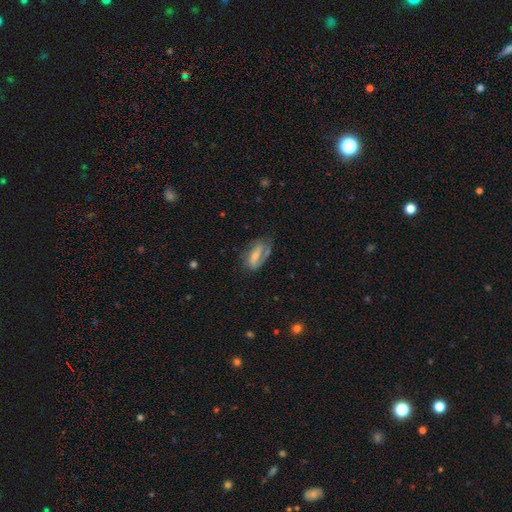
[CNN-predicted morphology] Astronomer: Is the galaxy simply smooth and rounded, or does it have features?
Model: featured or disk — 54% (runner-up: smooth, 39%).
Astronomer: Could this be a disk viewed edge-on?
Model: no — 90%.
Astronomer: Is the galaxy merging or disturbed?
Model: none — 52% (runner-up: minor disturbance, 28%).